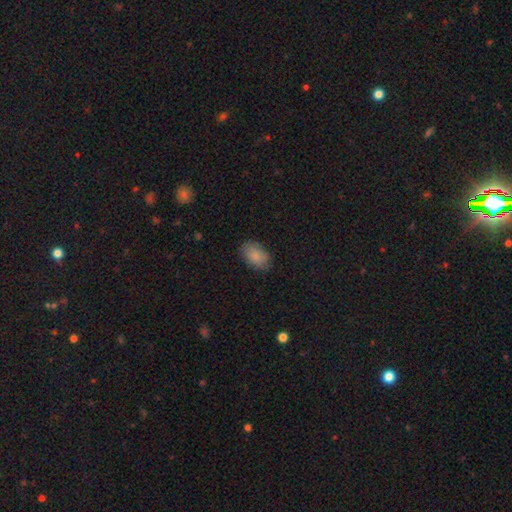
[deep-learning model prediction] Morphology: type=smooth (88%); roundness=in between (90%); merging=none (83%).